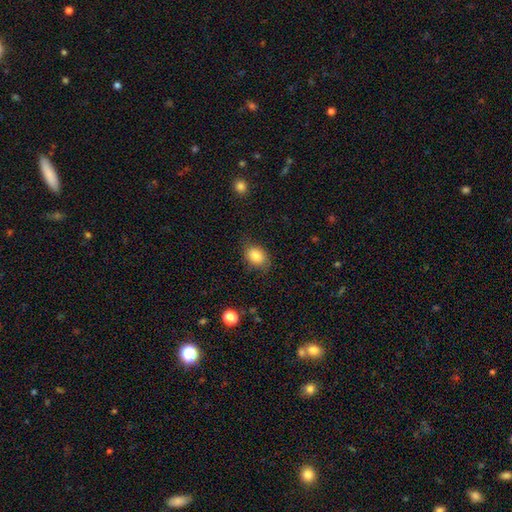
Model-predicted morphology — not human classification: This is clearly a smooth galaxy (83%). How rounded: likely in between (71%). Merging: likely none (77%).